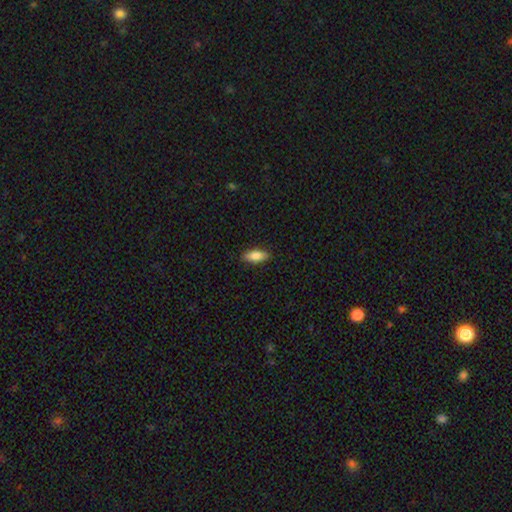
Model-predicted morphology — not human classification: This is clearly a smooth galaxy (84%). How rounded: likely in between (78%). Merging: clearly none (88%).